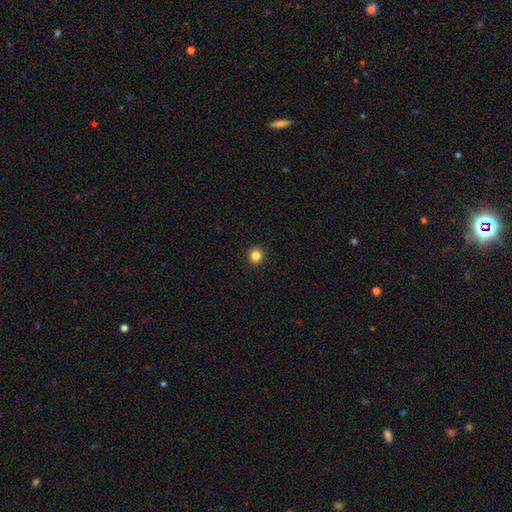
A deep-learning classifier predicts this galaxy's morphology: type=smooth (84%); roundness=round (91%); merging=none (94%).